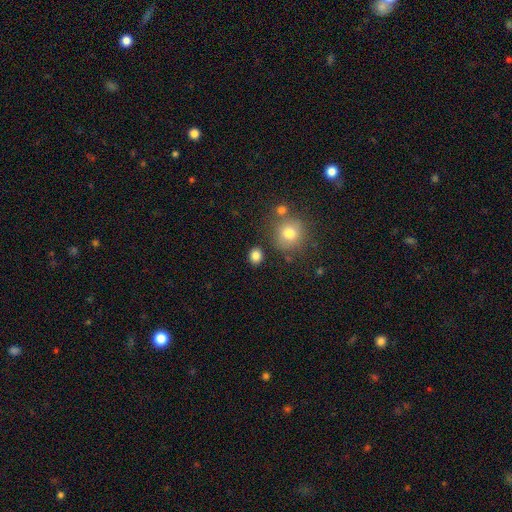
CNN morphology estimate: This appears to be a smooth galaxy with no disk features (83%) that is round (60%). Merging: none (85%).